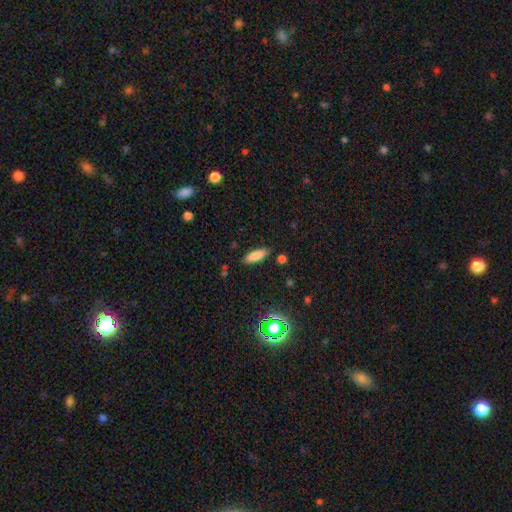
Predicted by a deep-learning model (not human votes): A smooth galaxy with no disk features (81%) that is in between round and cigar-shaped (63%).

Vote fractions:
- Smooth or featured? smooth: 81% / star or artifact: 10% / featured or disk: 9%
- How rounded? in between: 63% / cigar-shaped: 34% / round: 2%
- Merging? none: 85% / minor disturbance: 11% / major disturbance: 3% / merger: 2%